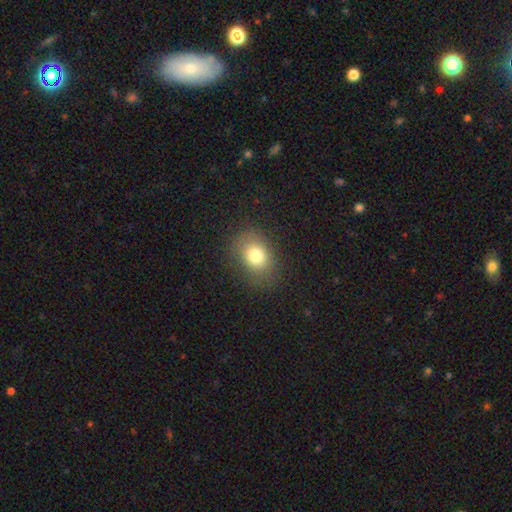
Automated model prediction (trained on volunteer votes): A smooth galaxy with no disk features (77%) that is in between round and cigar-shaped (53%).

Vote fractions:
- Smooth or featured? smooth: 77% / star or artifact: 12% / featured or disk: 11%
- How rounded? in between: 53% / round: 46% / cigar-shaped: 1%
- Merging? none: 80% / minor disturbance: 13% / major disturbance: 6% / merger: 1%